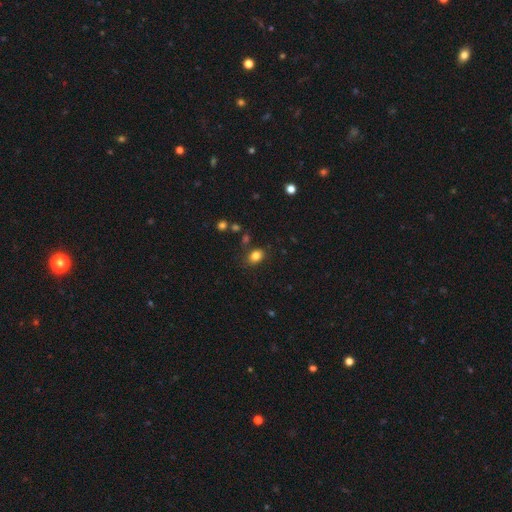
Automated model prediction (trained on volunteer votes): This appears to be a smooth galaxy with no disk features (83%) that is in between round and cigar-shaped (64%). Merging: none (81%).